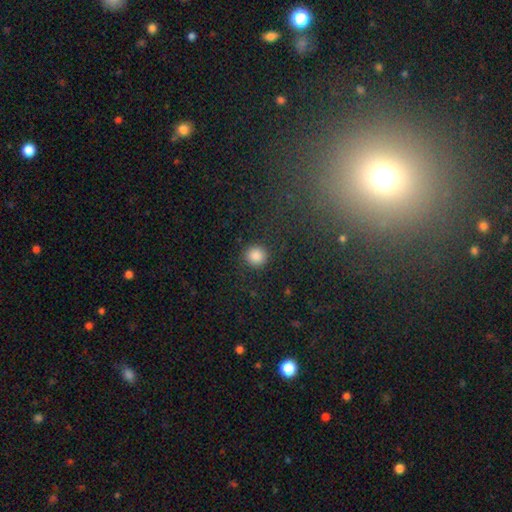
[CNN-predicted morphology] Smooth or featured? smooth (85%)
How rounded? round (93%)
Merging? none (87%)